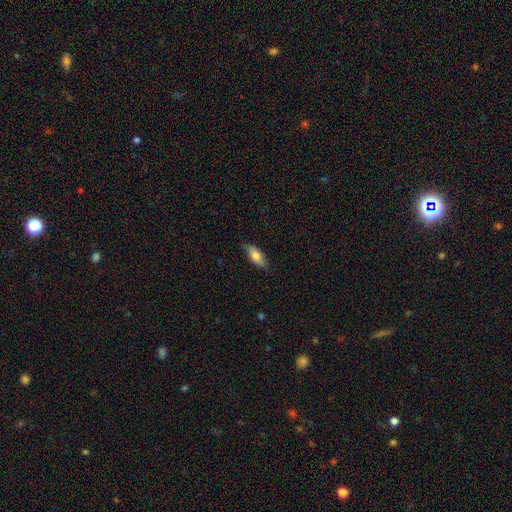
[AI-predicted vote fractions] Smooth or featured? Predicted: smooth (p=0.66). How rounded? Predicted: in between (p=0.74). Merging? Predicted: none (p=0.79).